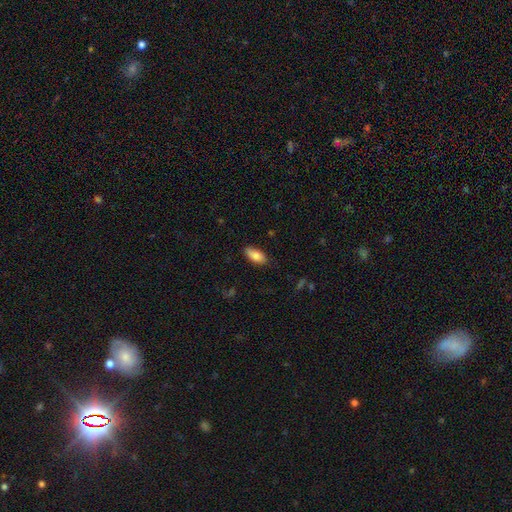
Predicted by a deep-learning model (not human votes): Q: Smooth or featured?
A: smooth (82%); runner-up: featured or disk (11%)
Q: How rounded?
A: in between (89%); runner-up: cigar-shaped (9%)
Q: Merging?
A: none (83%); runner-up: minor disturbance (14%)